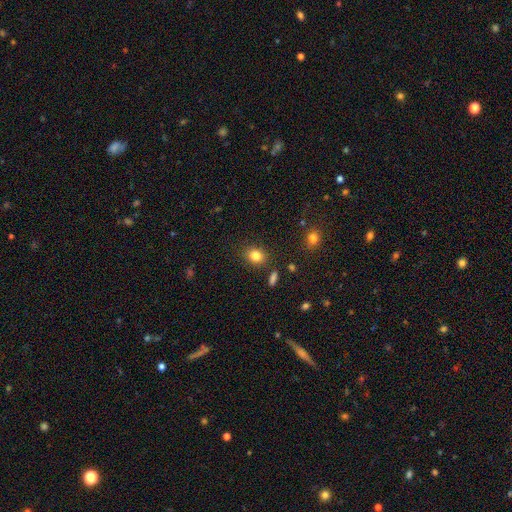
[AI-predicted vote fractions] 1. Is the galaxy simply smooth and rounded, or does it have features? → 83% smooth, 10% star or artifact, 7% featured or disk.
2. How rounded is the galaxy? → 52% in between, 47% round, 1% cigar-shaped.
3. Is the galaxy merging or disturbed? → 85% none, 10% minor disturbance, 3% merger, 3% major disturbance.